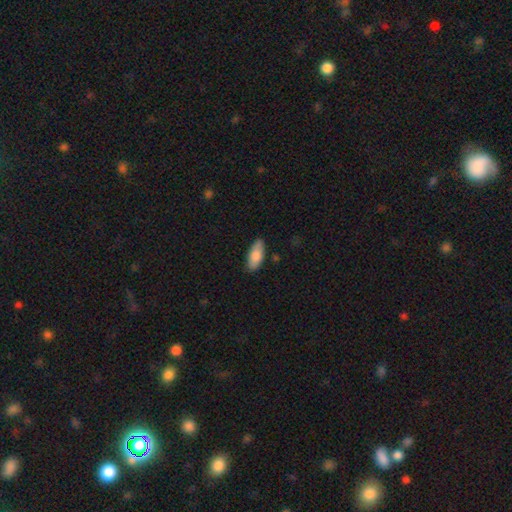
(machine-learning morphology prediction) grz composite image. It shows a smooth galaxy with no disk features (80%) that is in between round and cigar-shaped (83%). Merging: none (85%).